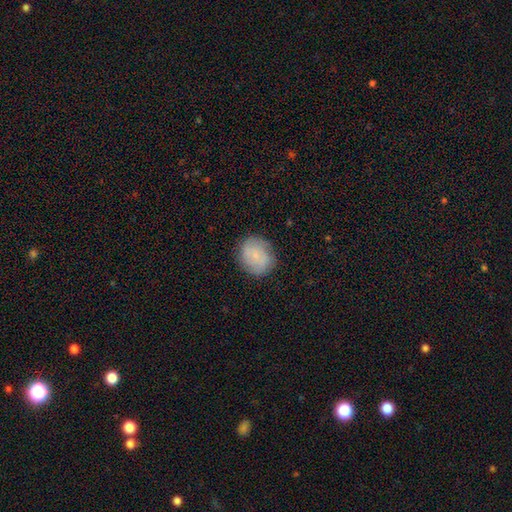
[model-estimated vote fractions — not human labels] Overall: smooth (68%). How rounded: round (70%). Merging: none (82%).